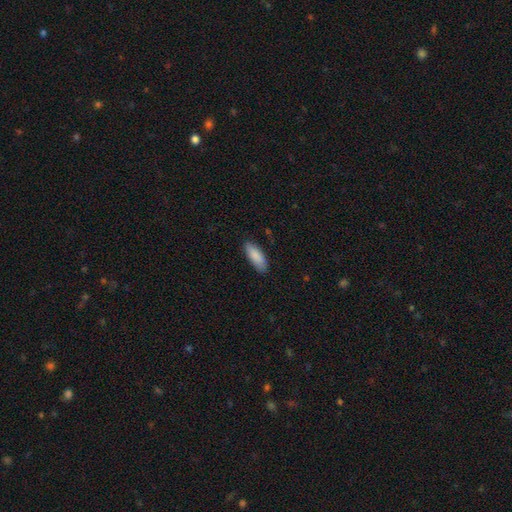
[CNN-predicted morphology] smooth-or-featured: smooth: 88% | featured or disk: 6% | star or artifact: 6%
  how-rounded: in between: 71% | cigar-shaped: 28% | round: 2%
  merging: none: 84% | minor disturbance: 13% | major disturbance: 2% | merger: 1%